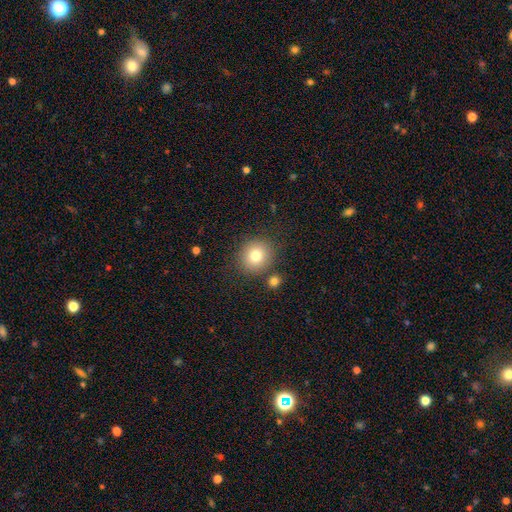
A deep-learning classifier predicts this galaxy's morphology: smooth 79%, star or artifact 11%, featured or disk 10%. Down the decision tree: how rounded — round (84%); merging — none (83%).